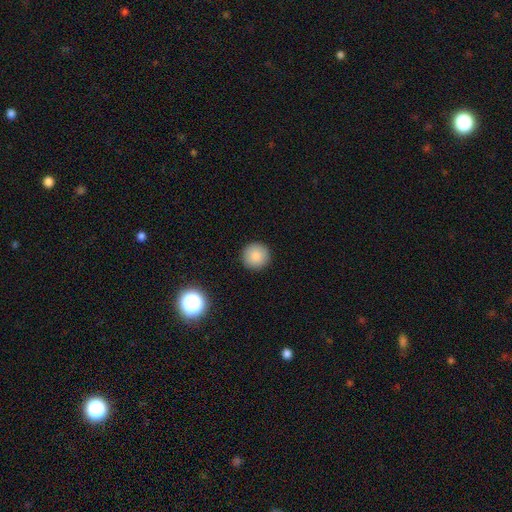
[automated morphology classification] smooth-or-featured: smooth: 85% | star or artifact: 9% | featured or disk: 6%
  how-rounded: round: 96% | in between: 3% | cigar-shaped: 1%
  merging: none: 92% | minor disturbance: 5% | major disturbance: 2% | merger: 1%